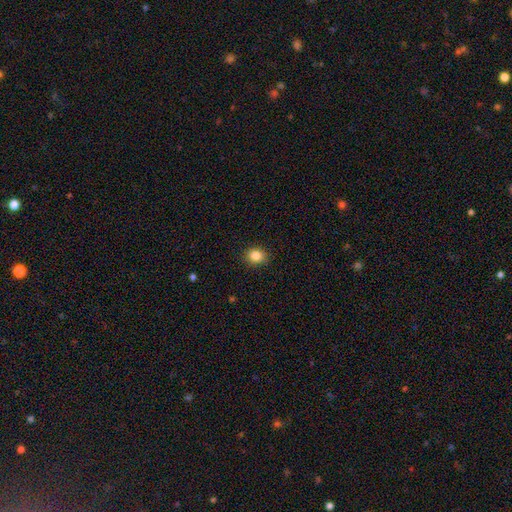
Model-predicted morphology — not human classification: type=smooth (85%); roundness=round (66%); merging=none (90%).